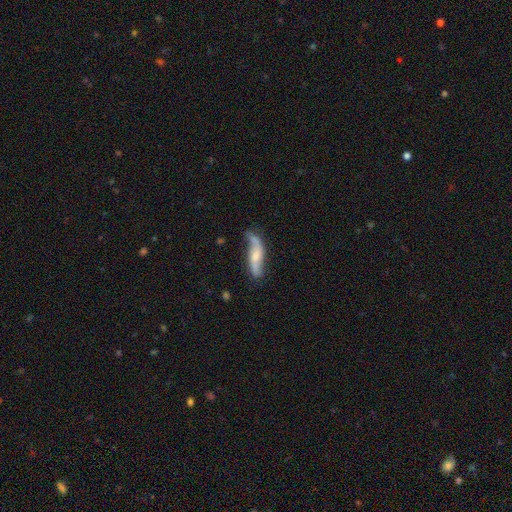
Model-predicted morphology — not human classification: A featured or disk galaxy (64%).

Vote fractions:
- Smooth or featured? featured or disk: 64% / smooth: 30% / star or artifact: 6%
- Edge-on disk? no: 77% / yes: 23%
- Merging? none: 55% / minor disturbance: 28% / major disturbance: 12% / merger: 5%